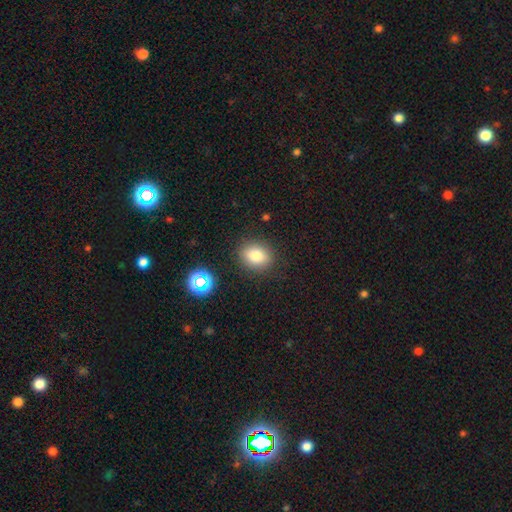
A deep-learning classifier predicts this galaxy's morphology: smooth 80%, star or artifact 12%, featured or disk 8%. Down the decision tree: how rounded — round (51%); merging — none (85%).